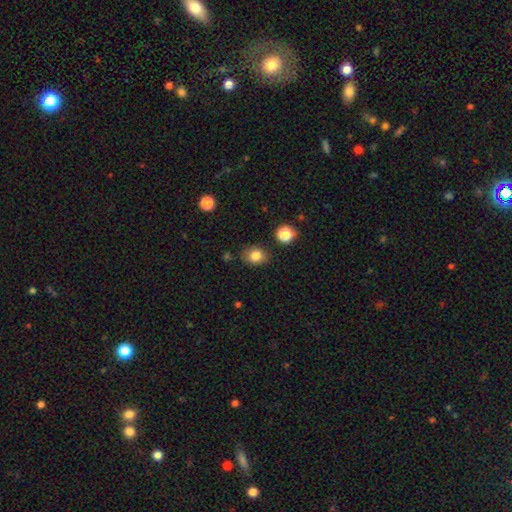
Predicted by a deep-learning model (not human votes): Morphology: type=smooth (81%); roundness=round (52%); merging=none (81%).